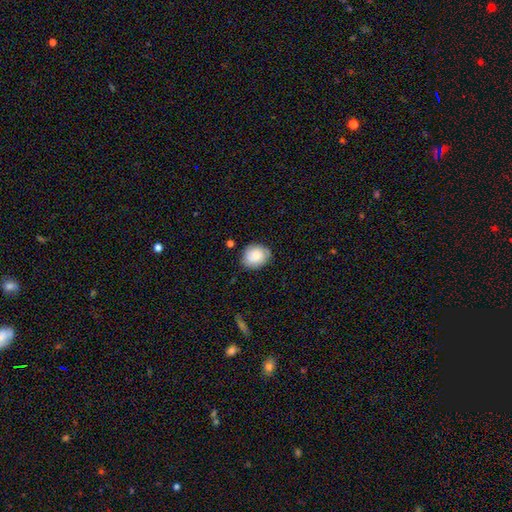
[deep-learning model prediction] The model was most divided on "how rounded": round: 60%, in between: 39%, cigar-shaped: 1%. More confident: merging — none (76%); smooth or featured — smooth (72%).